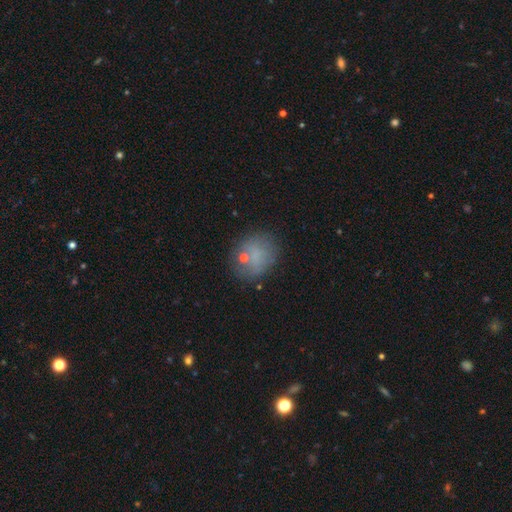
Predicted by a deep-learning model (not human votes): smooth 67%, featured or disk 19%, star or artifact 14%. Down the decision tree: how rounded — round (70%); merging — none (70%).